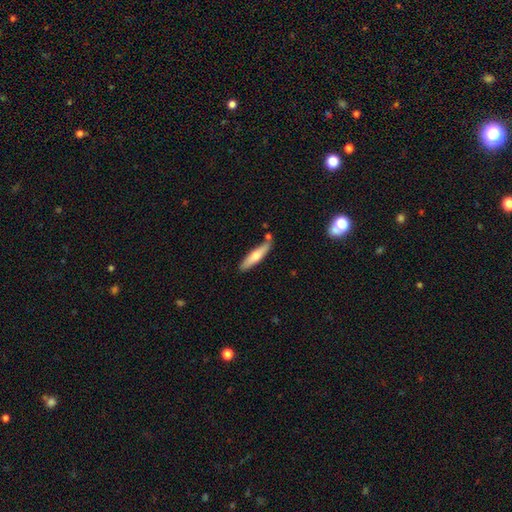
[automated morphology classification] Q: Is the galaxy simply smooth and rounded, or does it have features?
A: smooth — 62%.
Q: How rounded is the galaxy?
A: cigar-shaped — 83%.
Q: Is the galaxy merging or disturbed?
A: none — 75%.